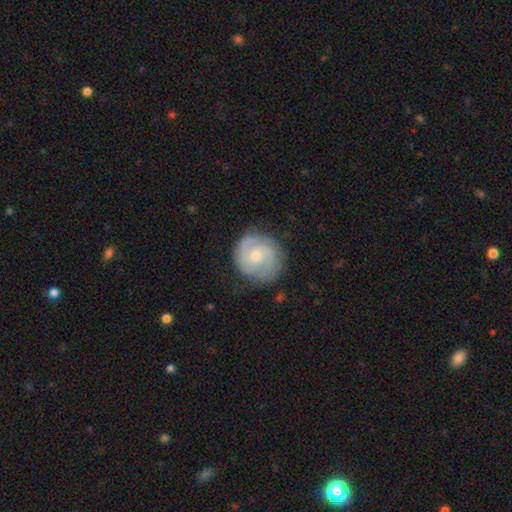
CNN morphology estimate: type=featured or disk (78%); edge-on=no (98%); bar=no (60%); spiral arms=yes (95%); winding=tight (54%); arm count=2 (70%); bulge=moderate (48%); merging=none (80%).